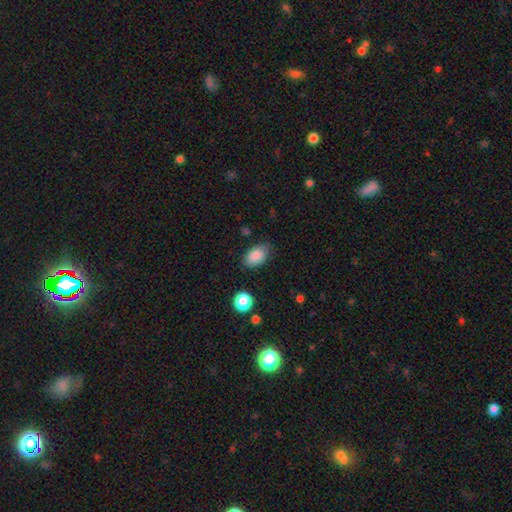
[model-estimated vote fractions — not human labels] This is clearly a smooth galaxy (87%). How rounded: clearly in between (88%). Merging: likely none (77%).